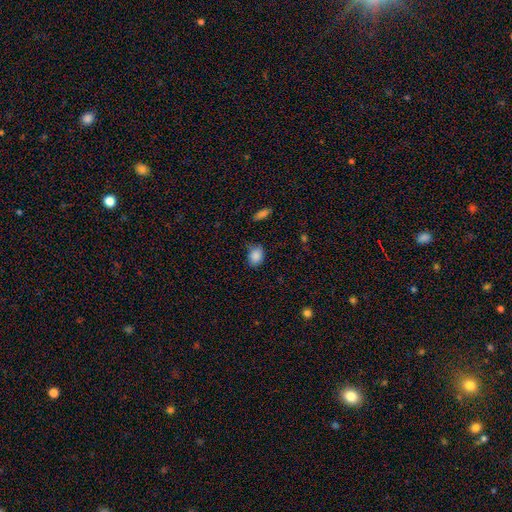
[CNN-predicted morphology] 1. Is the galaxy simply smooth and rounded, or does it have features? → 87% smooth, 9% star or artifact, 4% featured or disk.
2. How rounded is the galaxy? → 69% in between, 30% round, 1% cigar-shaped.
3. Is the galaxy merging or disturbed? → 74% none, 20% minor disturbance, 4% major disturbance, 2% merger.